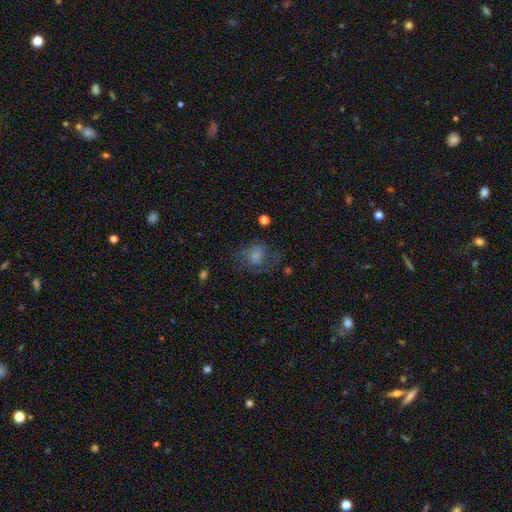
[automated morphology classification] Q: Smooth or featured?
A: smooth (60%); runner-up: featured or disk (28%)
Q: How rounded?
A: round (60%); runner-up: in between (38%)
Q: Merging?
A: none (46%); runner-up: major disturbance (28%)